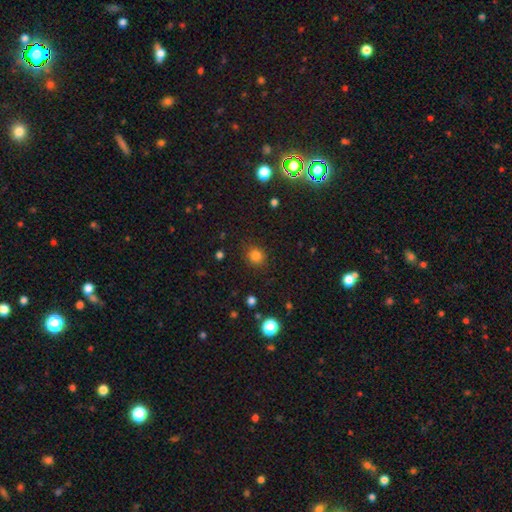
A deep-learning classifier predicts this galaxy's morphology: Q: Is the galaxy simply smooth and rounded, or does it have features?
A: smooth — 81%.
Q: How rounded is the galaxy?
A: round — 83%.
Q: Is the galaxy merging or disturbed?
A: none — 86%.